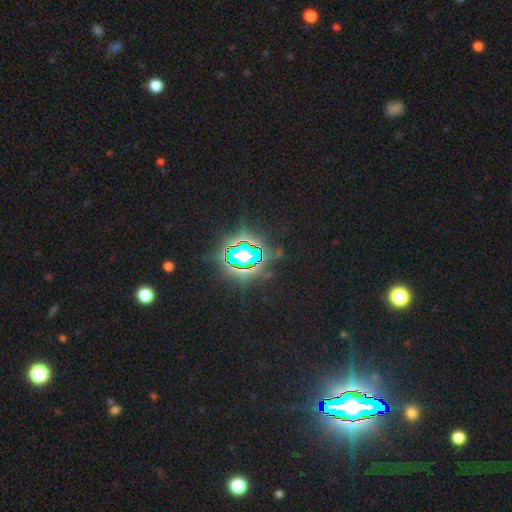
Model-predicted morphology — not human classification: This appears to be a star or artifact, not a galaxy (81%).